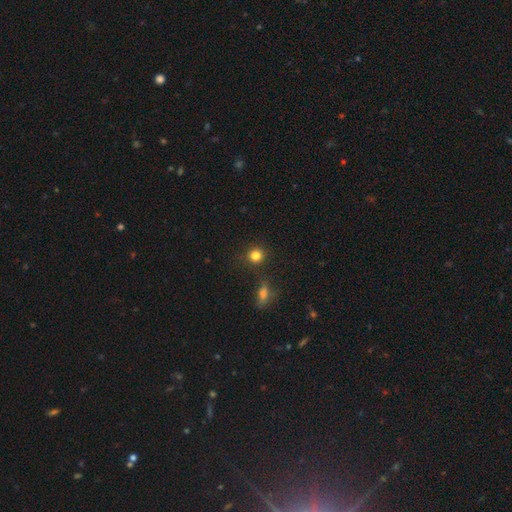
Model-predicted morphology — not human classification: type=smooth (83%); roundness=round (90%); merging=none (83%).